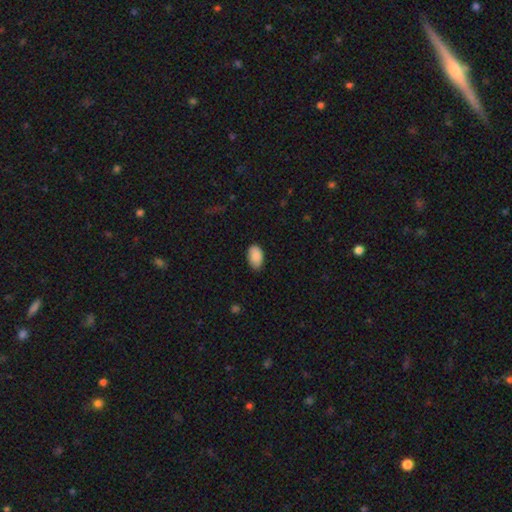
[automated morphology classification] type=smooth (90%); roundness=in between (94%); merging=none (81%).